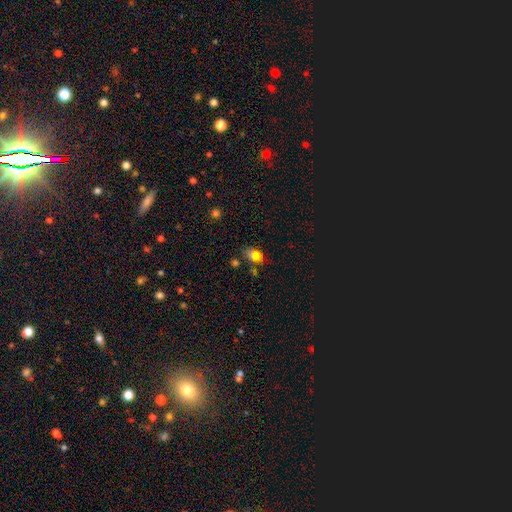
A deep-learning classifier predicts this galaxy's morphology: Overall: smooth (68%). How rounded: in between (63%; round 35%). Merging: none (48%; merger 28%).